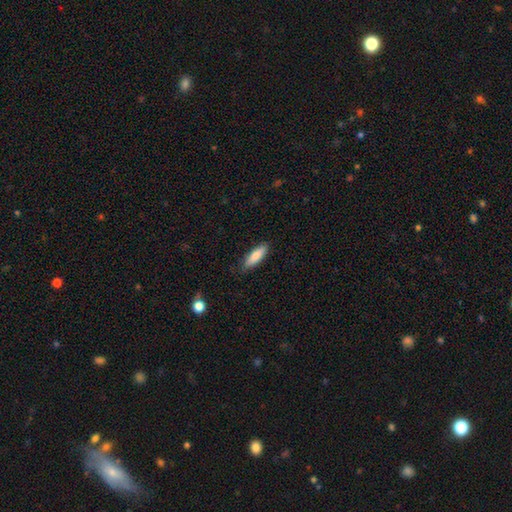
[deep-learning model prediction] A smooth galaxy with no disk features (81%) that is cigar-shaped (52%).

Vote fractions:
- Smooth or featured? smooth: 81% / featured or disk: 13% / star or artifact: 6%
- How rounded? cigar-shaped: 52% / in between: 46% / round: 2%
- Merging? none: 84% / minor disturbance: 13% / major disturbance: 2% / merger: 1%